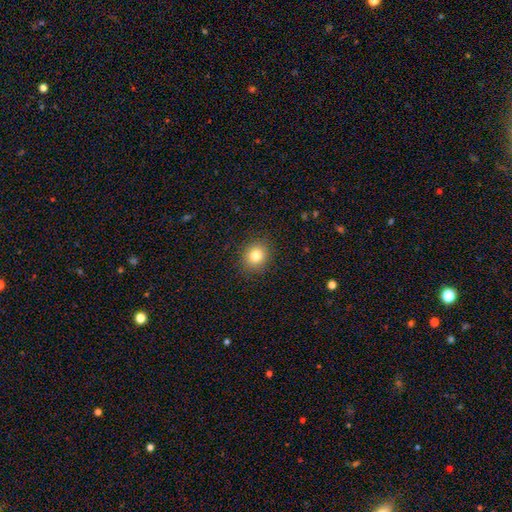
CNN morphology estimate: Smooth or featured? smooth (81%)
How rounded? round (76%)
Merging? none (89%)